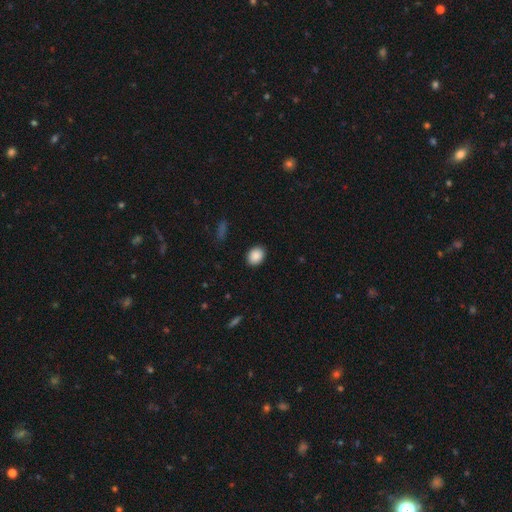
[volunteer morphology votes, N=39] Q: Smooth or featured?
A: smooth (95%); runner-up: star or artifact (5%)
Q: How rounded?
A: in between (68%); runner-up: round (32%)
Q: Merging?
A: none (97%); runner-up: minor disturbance (3%)